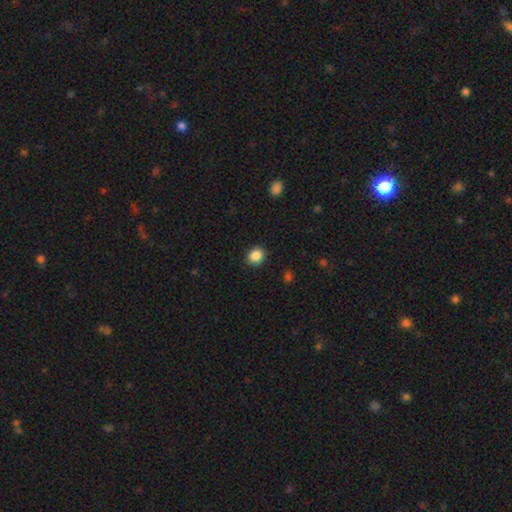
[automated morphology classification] Smooth or featured? Predicted: smooth (p=0.87). How rounded? Predicted: round (p=0.68). Merging? Predicted: none (p=0.90).